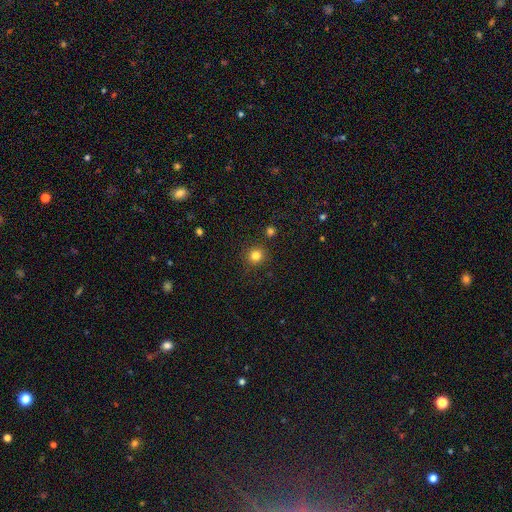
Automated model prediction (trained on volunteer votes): This is clearly a smooth galaxy (82%). How rounded: clearly round (92%). Merging: clearly none (88%).